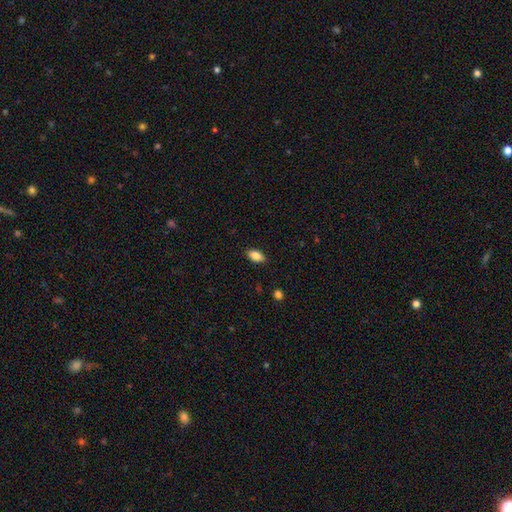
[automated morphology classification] Smooth or featured?
  - smooth: 84% *
  - featured or disk: 8%
  - star or artifact: 8%
How rounded?
  - in between: 90% *
  - round: 6%
  - cigar-shaped: 4%
Merging?
  - none: 88% *
  - minor disturbance: 9%
  - major disturbance: 2%
  - merger: 1%